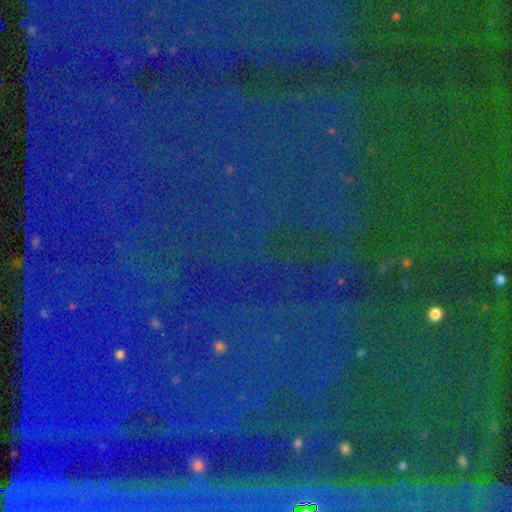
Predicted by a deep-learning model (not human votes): Smooth or featured? star or artifact (83%)